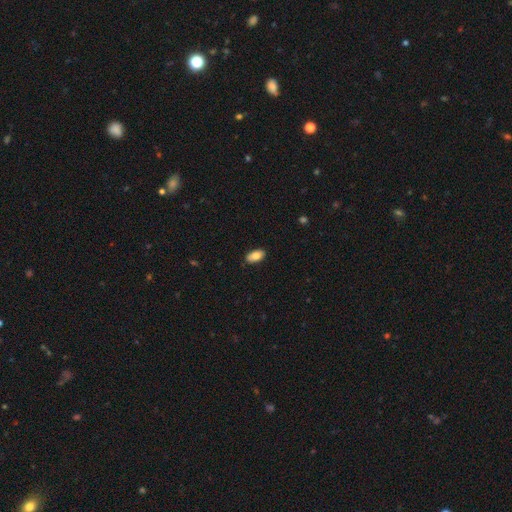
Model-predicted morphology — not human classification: This appears to be a smooth galaxy with no disk features (82%) that is in between round and cigar-shaped (93%). Merging: none (89%).